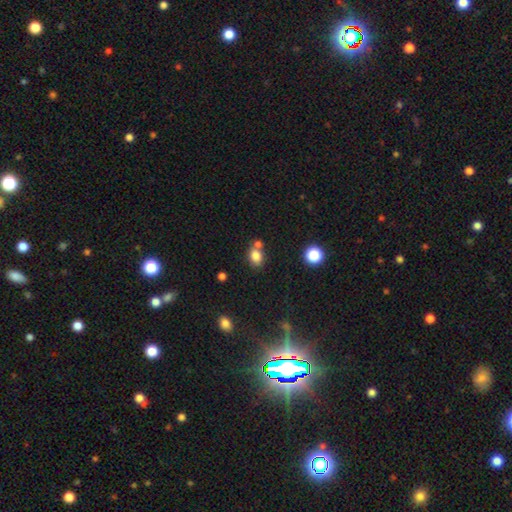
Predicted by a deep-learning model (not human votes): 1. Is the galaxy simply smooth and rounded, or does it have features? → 81% smooth, 12% star or artifact, 8% featured or disk.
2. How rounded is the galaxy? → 58% in between, 41% round, 1% cigar-shaped.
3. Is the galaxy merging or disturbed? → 56% none, 28% merger, 12% minor disturbance, 4% major disturbance.